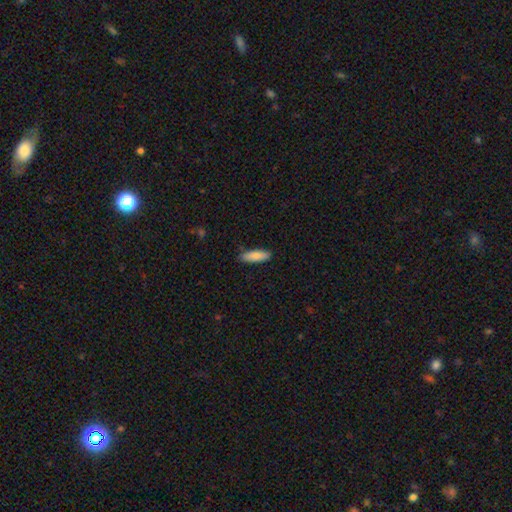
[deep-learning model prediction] Smooth or featured: smooth — 84% (featured or disk — 11%)
How rounded: cigar-shaped — 50% (in between — 48%)
Merging: none — 86% (minor disturbance — 11%)